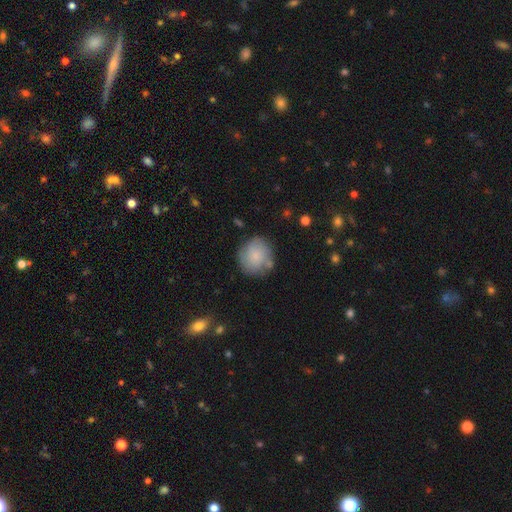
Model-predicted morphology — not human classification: smooth 74%, featured or disk 19%, star or artifact 7%. Down the decision tree: how rounded — round (84%); merging — none (66%).